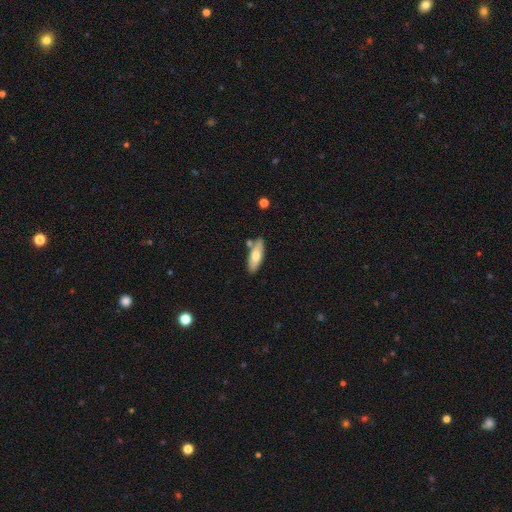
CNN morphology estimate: Q: Smooth or featured?
A: smooth (68%); runner-up: featured or disk (26%)
Q: How rounded?
A: in between (54%); runner-up: cigar-shaped (44%)
Q: Merging?
A: none (74%); runner-up: minor disturbance (14%)